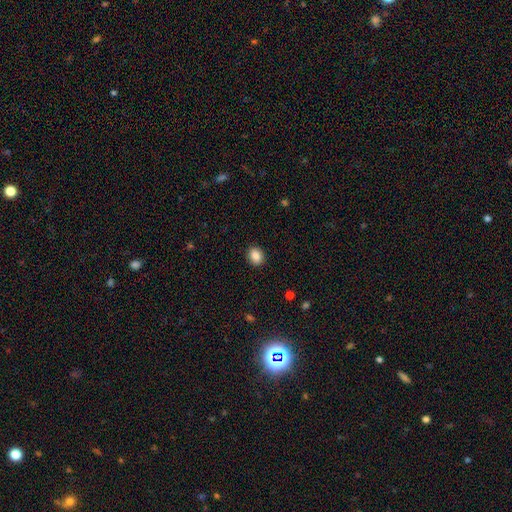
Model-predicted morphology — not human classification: Q: Smooth or featured?
A: smooth (87%); runner-up: star or artifact (9%)
Q: How rounded?
A: round (53%); runner-up: in between (46%)
Q: Merging?
A: none (91%); runner-up: minor disturbance (6%)